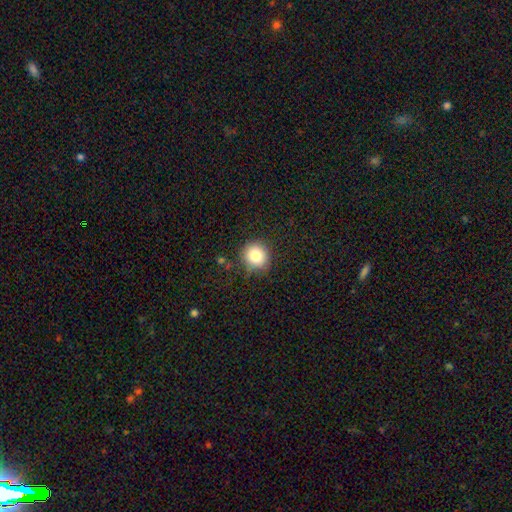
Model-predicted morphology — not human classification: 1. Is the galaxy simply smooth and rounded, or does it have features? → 81% smooth, 11% star or artifact, 8% featured or disk.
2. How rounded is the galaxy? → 91% round, 8% in between, 1% cigar-shaped.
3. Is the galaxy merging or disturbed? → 84% none, 11% minor disturbance, 3% major disturbance, 2% merger.